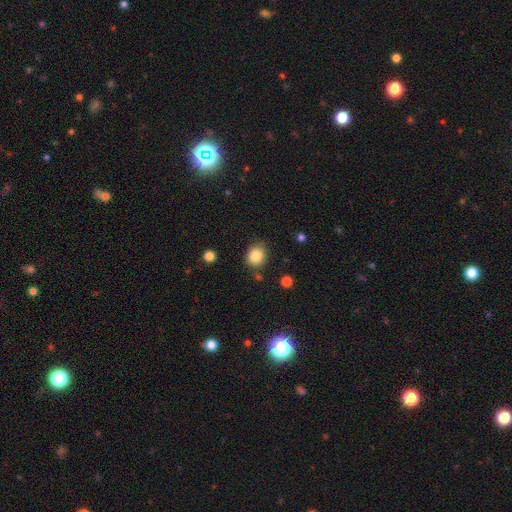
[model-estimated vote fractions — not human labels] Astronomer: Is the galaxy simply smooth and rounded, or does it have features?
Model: smooth — 85%.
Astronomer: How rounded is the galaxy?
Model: round — 60% (runner-up: in between, 39%).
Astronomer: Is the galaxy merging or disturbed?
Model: none — 78%.